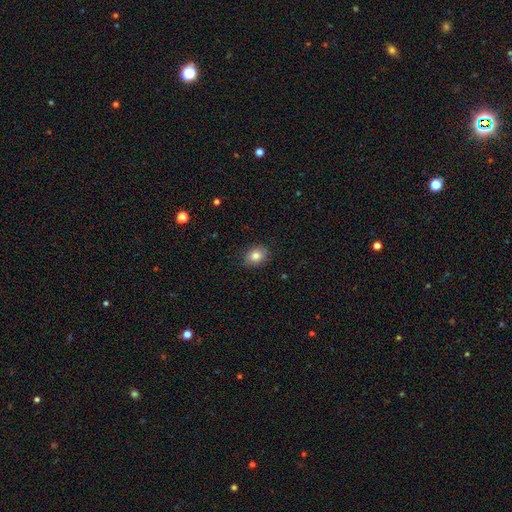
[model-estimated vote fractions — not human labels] This is clearly a smooth galaxy (82%). How rounded: likely in between (63%). Merging: clearly none (86%).